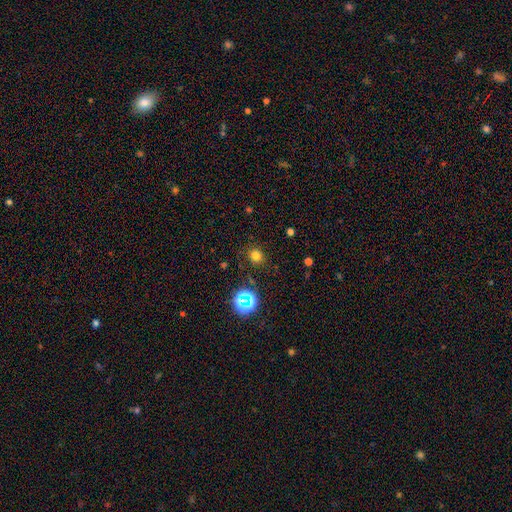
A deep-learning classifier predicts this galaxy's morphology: This appears to be a smooth galaxy with no disk features (72%) that is round (83%). Merging: none (85%).